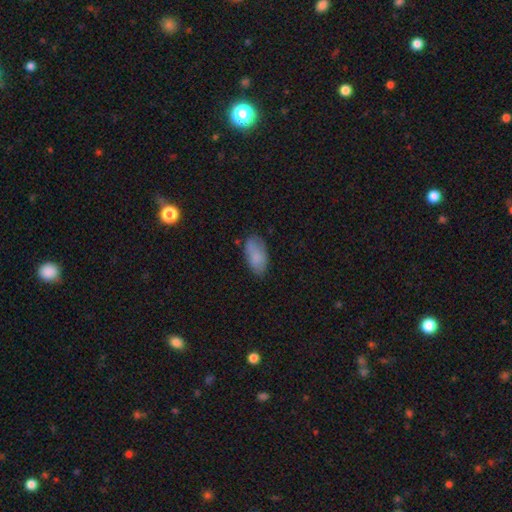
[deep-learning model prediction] smooth_or_featured: smooth (p=0.81) [alt: featured or disk p=0.12]
how_rounded: in between (p=0.94) [alt: cigar-shaped p=0.04]
merging: none (p=0.71) [alt: minor disturbance p=0.22]